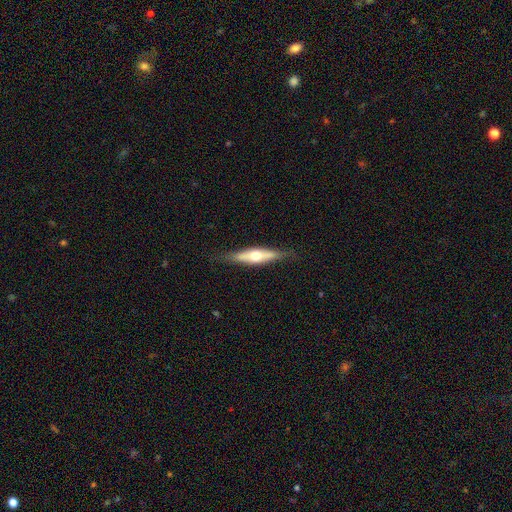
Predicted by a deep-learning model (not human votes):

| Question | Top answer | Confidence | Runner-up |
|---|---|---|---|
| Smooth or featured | featured or disk | 59% | smooth (35%) |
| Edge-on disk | yes | 91% | no (9%) |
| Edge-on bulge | rounded | 91% | boxy (5%) |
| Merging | none | 83% | minor disturbance (13%) |